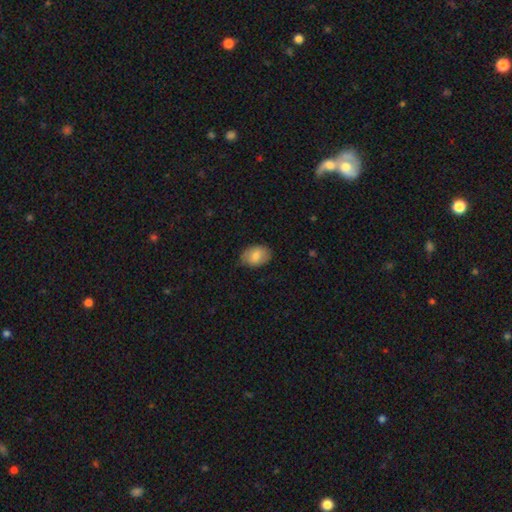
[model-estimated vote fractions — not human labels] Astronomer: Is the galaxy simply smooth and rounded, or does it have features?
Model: smooth — 79%.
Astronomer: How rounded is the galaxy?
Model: in between — 83%.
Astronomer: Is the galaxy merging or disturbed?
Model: none — 78%.